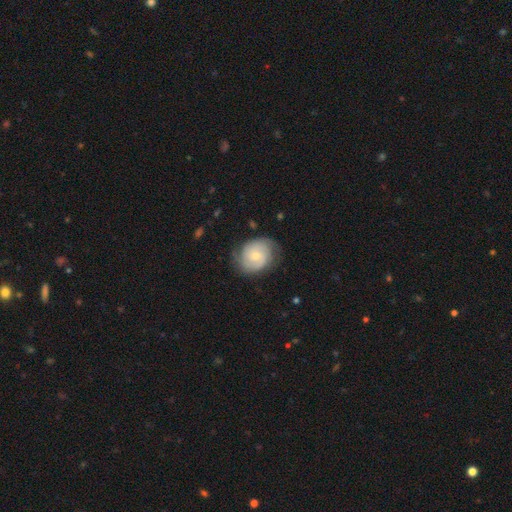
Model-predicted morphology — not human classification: This is likely a featured or disk galaxy (74%). It is clearly not viewed edge-on (98%). Bar: likely no (68%). Spiral arm pattern: clearly yes (93%). Spiral arm count: possibly 2 (57%). Spiral winding: likely tight (60%). Central bulge: likely small (60%). Merging: likely none (75%).